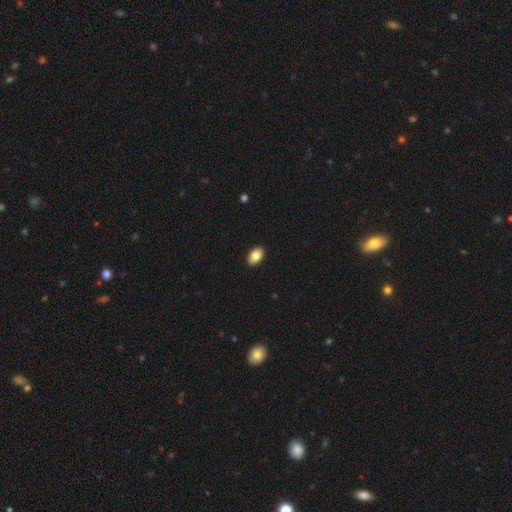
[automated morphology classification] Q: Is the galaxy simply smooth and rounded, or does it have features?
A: smooth — 84%.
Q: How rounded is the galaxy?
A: in between — 90%.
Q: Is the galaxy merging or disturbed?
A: none — 90%.